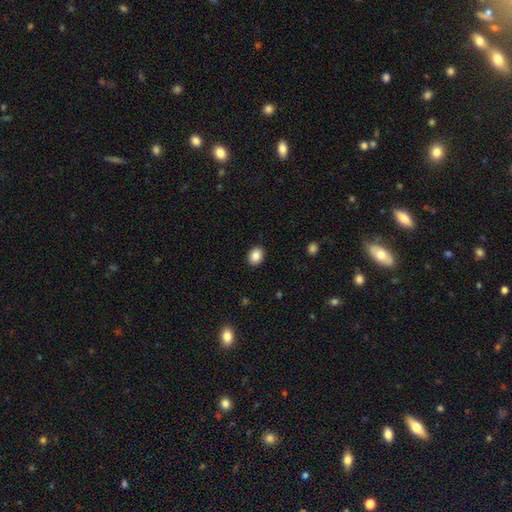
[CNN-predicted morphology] Smooth or featured?
  - smooth: 87% *
  - star or artifact: 8%
  - featured or disk: 5%
How rounded?
  - in between: 63% *
  - round: 36%
  - cigar-shaped: 1%
Merging?
  - none: 90% *
  - minor disturbance: 7%
  - major disturbance: 2%
  - merger: 1%